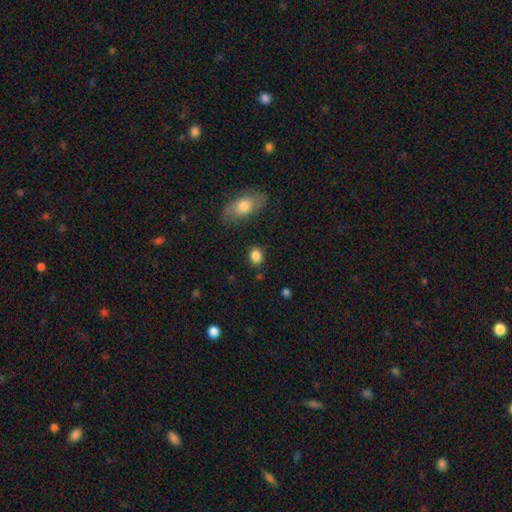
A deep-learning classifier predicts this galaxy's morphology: A smooth galaxy with no disk features (86%) that is in between round and cigar-shaped (53%). Merging: none (85%).